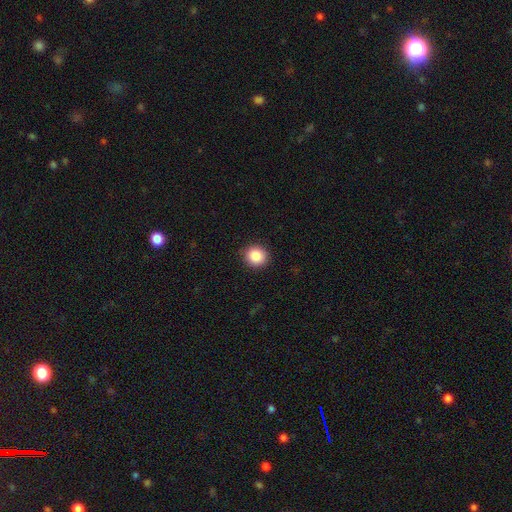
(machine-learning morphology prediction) The model was most divided on "smooth or featured": smooth: 87%, star or artifact: 9%, featured or disk: 4%. More confident: merging — none (91%); how rounded — round (90%).